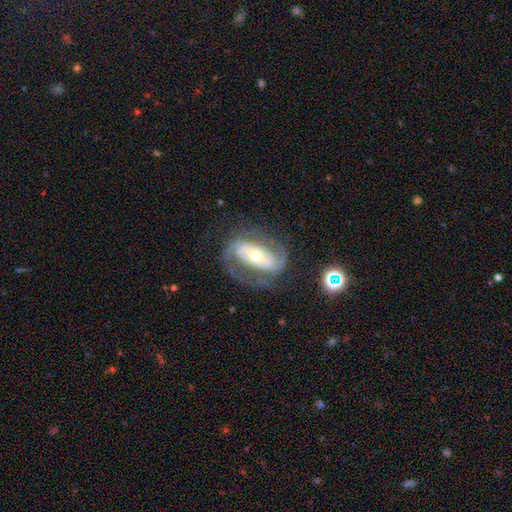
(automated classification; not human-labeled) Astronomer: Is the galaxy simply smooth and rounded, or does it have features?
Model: featured or disk — 86%.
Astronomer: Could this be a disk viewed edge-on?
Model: no — 96%.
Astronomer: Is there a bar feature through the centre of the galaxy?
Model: strong — 46% (runner-up: weak, 27%).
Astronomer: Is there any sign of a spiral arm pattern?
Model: yes — 93%.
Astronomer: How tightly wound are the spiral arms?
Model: medium — 48% (runner-up: tight, 32%).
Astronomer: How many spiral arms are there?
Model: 2 — 87%.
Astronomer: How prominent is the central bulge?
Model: moderate — 49% (runner-up: small, 44%).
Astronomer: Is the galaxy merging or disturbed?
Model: none — 70%.